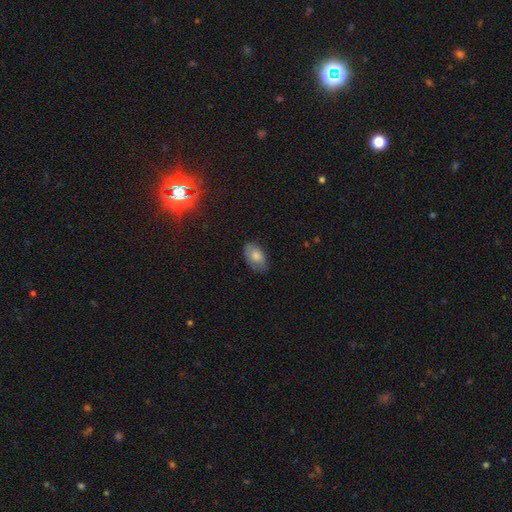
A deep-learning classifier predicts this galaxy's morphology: A smooth galaxy with no disk features (80%) that is in between round and cigar-shaped (92%). Merging: none (76%).